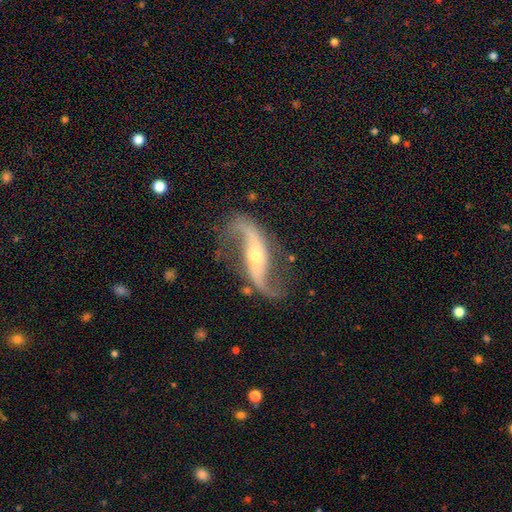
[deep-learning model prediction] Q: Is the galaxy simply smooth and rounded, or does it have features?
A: featured or disk — 92%.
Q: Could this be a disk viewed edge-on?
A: no — 95%.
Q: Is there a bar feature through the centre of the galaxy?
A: no — 36%.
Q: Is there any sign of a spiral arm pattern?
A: yes — 97%.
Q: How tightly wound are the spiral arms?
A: loose — 84%.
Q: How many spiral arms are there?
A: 2 — 94%.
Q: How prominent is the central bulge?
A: small — 48%.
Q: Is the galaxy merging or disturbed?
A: none — 79%.